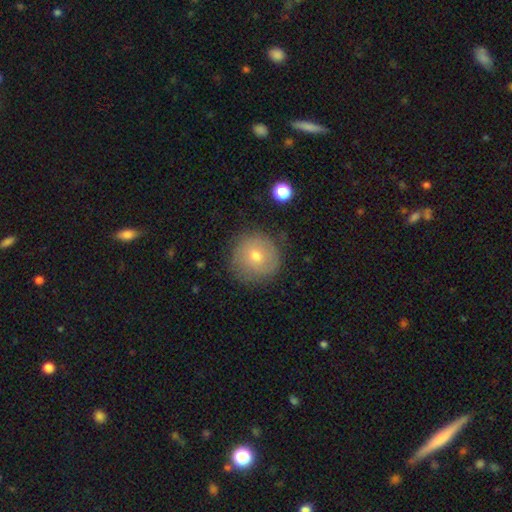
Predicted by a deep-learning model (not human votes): smooth 63%, featured or disk 27%, star or artifact 10%. Down the decision tree: how rounded — round (93%); merging — none (79%).